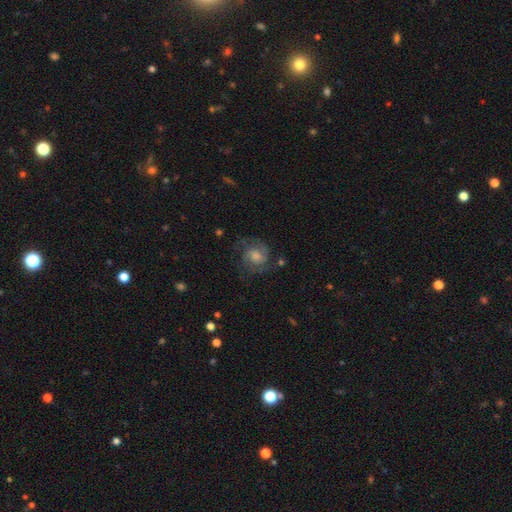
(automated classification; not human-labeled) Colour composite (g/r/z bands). It shows a featured or disk galaxy (77%) with no bar (58%), 2 (54%) medium (45%, tied with tight) spiral arms (96%) and a moderate central bulge (49%). Merging: none (75%).